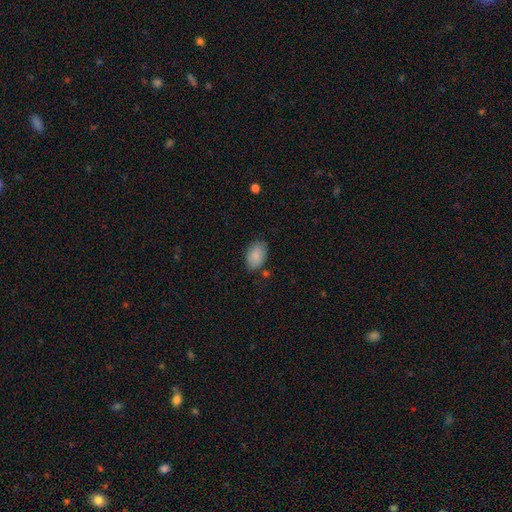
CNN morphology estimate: A smooth galaxy with no disk features (88%) that is in between round and cigar-shaped (88%).

Vote fractions:
- Smooth or featured? smooth: 88% / star or artifact: 7% / featured or disk: 6%
- How rounded? in between: 88% / round: 10% / cigar-shaped: 1%
- Merging? none: 77% / minor disturbance: 16% / major disturbance: 4% / merger: 3%